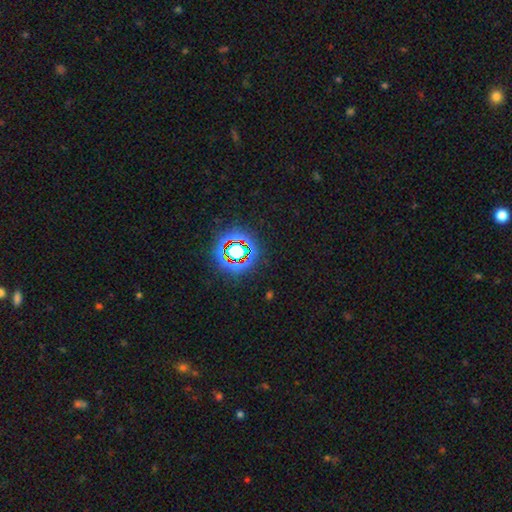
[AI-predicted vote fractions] star or artifact 74%, smooth 16%, featured or disk 10%.